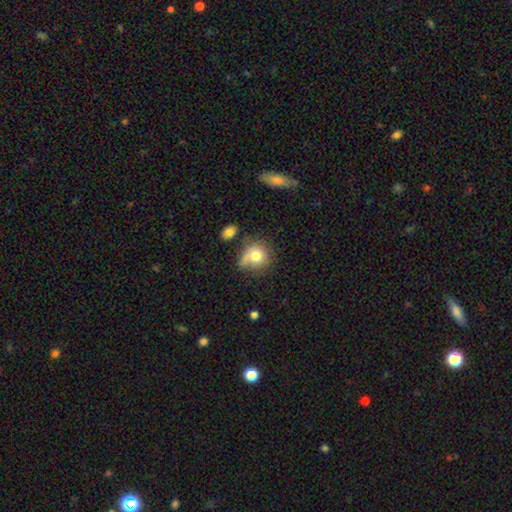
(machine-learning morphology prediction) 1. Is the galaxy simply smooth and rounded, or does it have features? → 76% smooth, 13% featured or disk, 10% star or artifact.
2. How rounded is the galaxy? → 83% round, 16% in between, 1% cigar-shaped.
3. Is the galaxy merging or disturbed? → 55% none, 23% minor disturbance, 12% merger, 11% major disturbance.